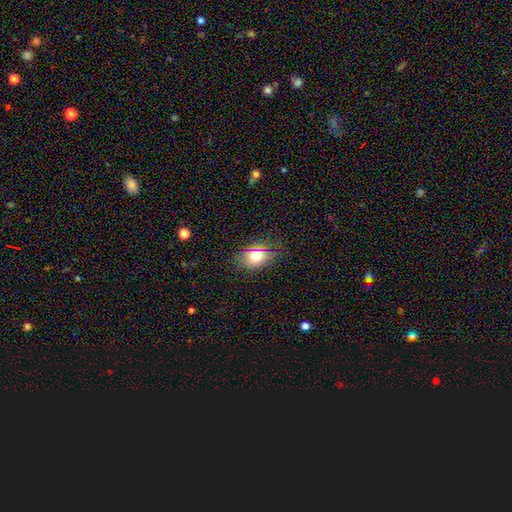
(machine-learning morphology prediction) type=smooth (72%); roundness=in between (70%); merging=none (81%).